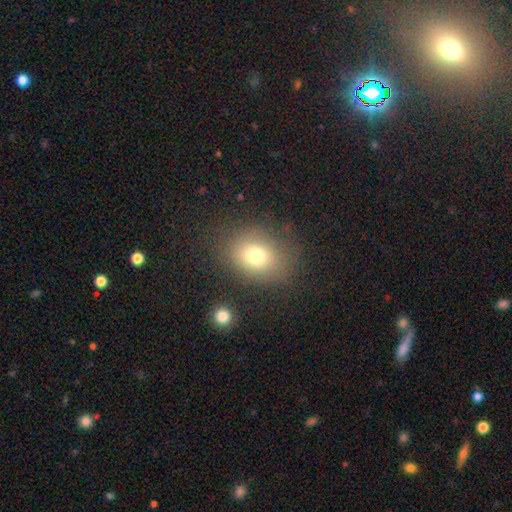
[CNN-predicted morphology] smooth 73%, star or artifact 14%, featured or disk 13%. Down the decision tree: how rounded — in between (50%); merging — none (78%).